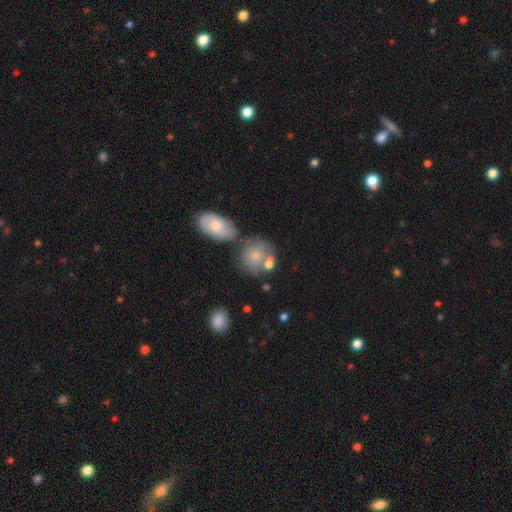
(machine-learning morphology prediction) This is likely a smooth galaxy (70%). How rounded: likely round (75%). Merging: possibly none (48%).